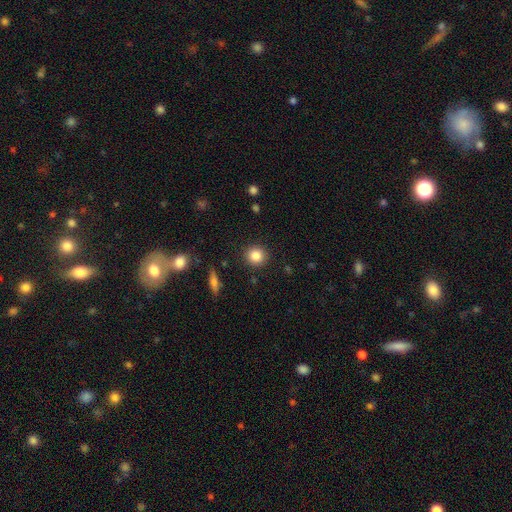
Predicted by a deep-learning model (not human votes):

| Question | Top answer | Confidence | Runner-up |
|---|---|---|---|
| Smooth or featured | smooth | 84% | star or artifact (10%) |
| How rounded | round | 90% | in between (9%) |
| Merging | none | 90% | minor disturbance (6%) |